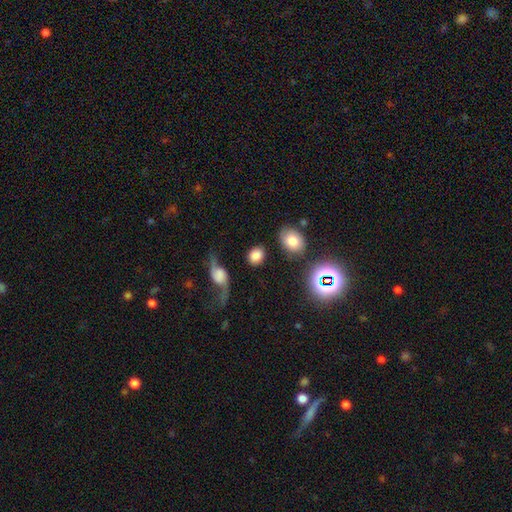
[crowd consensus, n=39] Smooth or featured?
  - smooth: 87% *
  - star or artifact: 8%
  - featured or disk: 5%
How rounded?
  - in between: 65% *
  - round: 35%
  - cigar-shaped: 0%
Merging?
  - none: 89% *
  - minor disturbance: 8%
  - major disturbance: 3%
  - merger: 0%